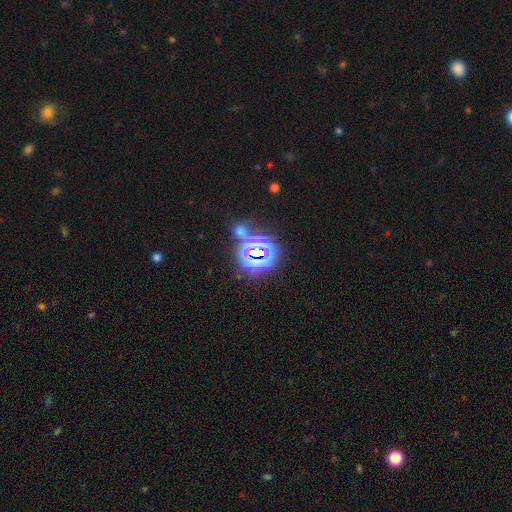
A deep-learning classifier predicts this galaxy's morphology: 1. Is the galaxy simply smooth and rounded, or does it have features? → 72% star or artifact, 20% smooth, 8% featured or disk.